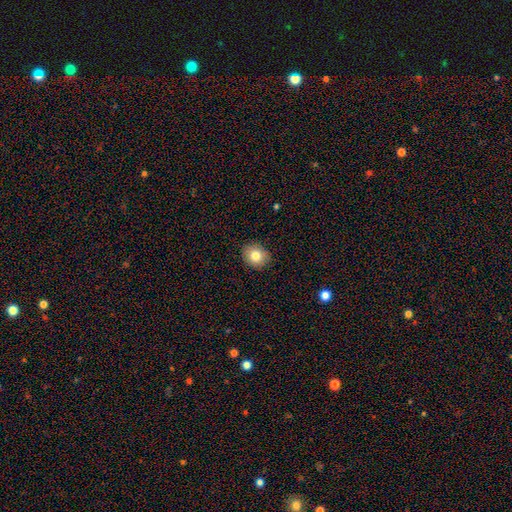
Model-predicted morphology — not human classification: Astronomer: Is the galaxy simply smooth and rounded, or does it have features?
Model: smooth — 80%.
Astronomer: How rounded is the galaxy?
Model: round — 67%.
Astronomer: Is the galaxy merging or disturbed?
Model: none — 90%.